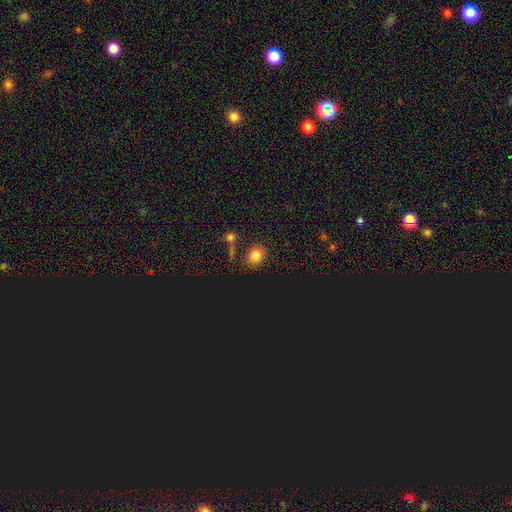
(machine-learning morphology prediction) A smooth galaxy with no disk features (71%) that is round (72%). Merging: none (75%).